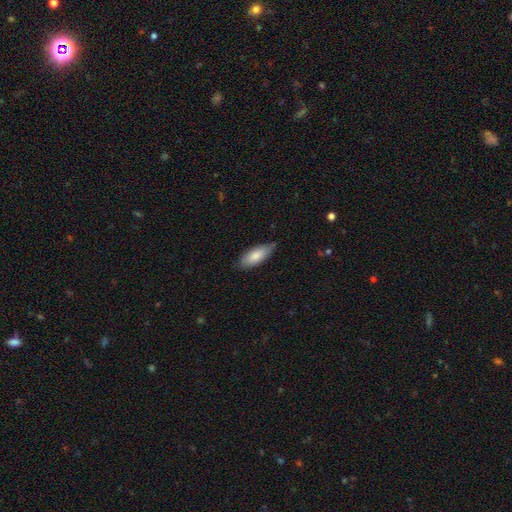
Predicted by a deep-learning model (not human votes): Q: Smooth or featured?
A: smooth (81%); runner-up: featured or disk (14%)
Q: How rounded?
A: in between (78%); runner-up: cigar-shaped (20%)
Q: Merging?
A: none (74%); runner-up: minor disturbance (22%)